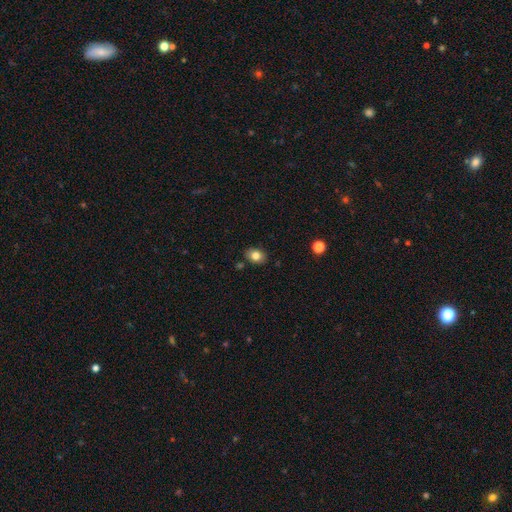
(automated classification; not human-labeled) This is clearly a smooth galaxy (81%). How rounded: likely in between (70%). Merging: clearly none (84%).